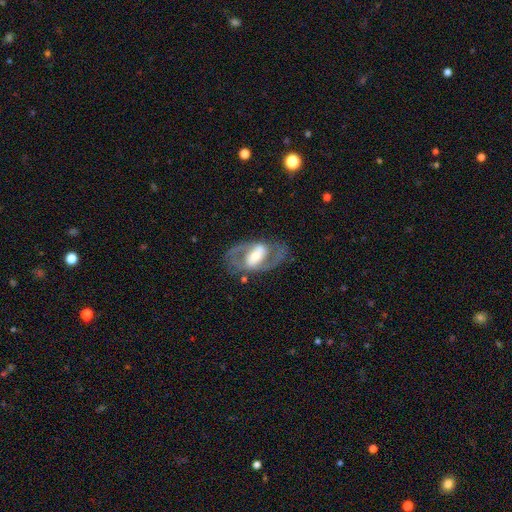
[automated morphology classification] smooth-or-featured: featured or disk: 85% | smooth: 10% | star or artifact: 5%
  disk-edge-on: no: 96% | yes: 4%
    bar: strong: 54% | weak: 31% | no: 15%
    has-spiral-arms: yes: 89% | no: 11%
      spiral-winding: medium: 58% | loose: 23% | tight: 19%
      spiral-arm-count: 2: 91% | can't tell: 4% | 1: 2% | 3: 1% | 4: 1% | more than 4: 1%
    bulge-size: moderate: 48% | small: 35% | large: 14% | dominant: 2% | none: 2%
  merging: none: 75% | minor disturbance: 13% | major disturbance: 9% | merger: 2%